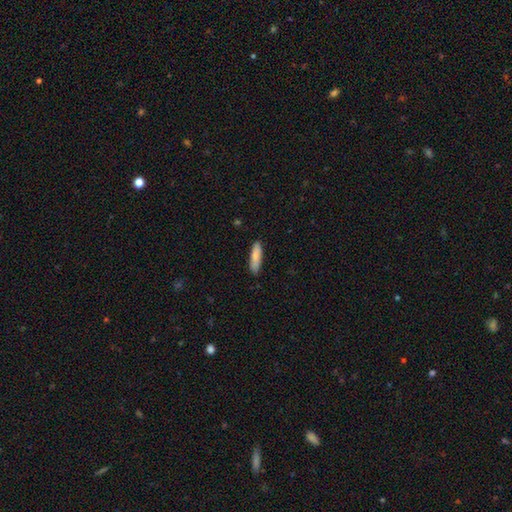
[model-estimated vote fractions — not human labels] This is clearly a smooth galaxy (82%). How rounded: likely cigar-shaped (64%). Merging: clearly none (86%).